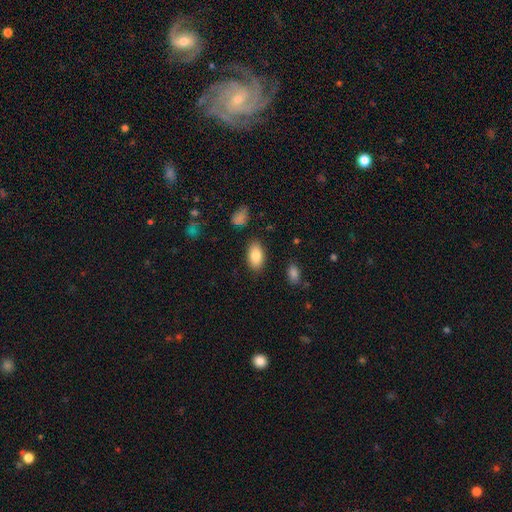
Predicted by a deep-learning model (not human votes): This appears to be a smooth galaxy with no disk features (84%) that is in between round and cigar-shaped (93%). Merging: none (85%).